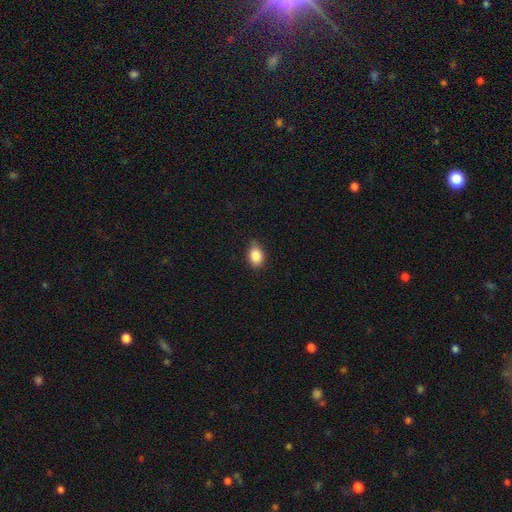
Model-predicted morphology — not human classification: The model was most divided on "merging": none: 72%, minor disturbance: 24%, major disturbance: 3%, merger: 1%. More confident: smooth or featured — smooth (86%); how rounded — in between (74%).